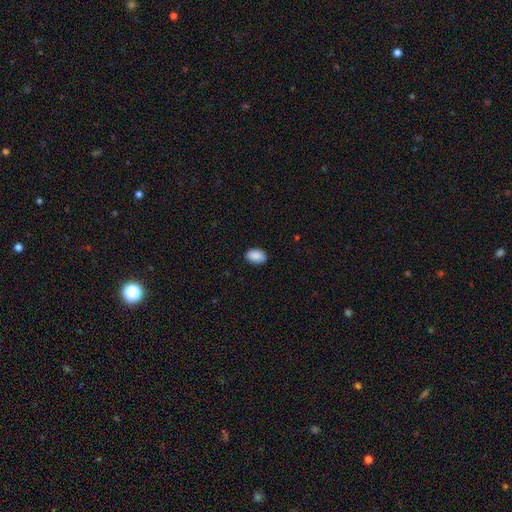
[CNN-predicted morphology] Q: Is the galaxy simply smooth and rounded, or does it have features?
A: smooth — 90%.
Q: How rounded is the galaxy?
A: in between — 92%.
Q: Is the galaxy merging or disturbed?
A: none — 87%.